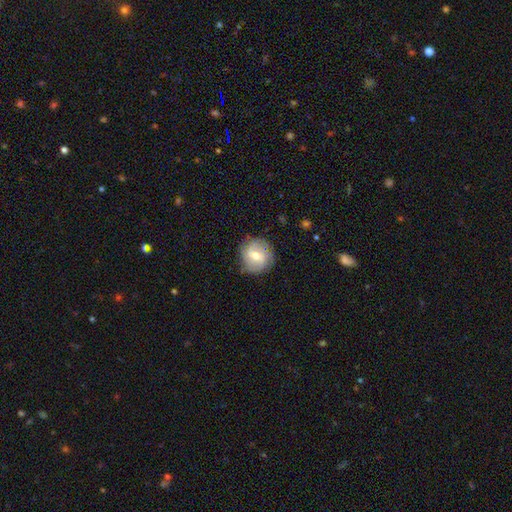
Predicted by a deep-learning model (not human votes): smooth_or_featured: smooth (p=0.47) [alt: featured or disk p=0.45]
merging: none (p=0.81) [alt: minor disturbance p=0.14]